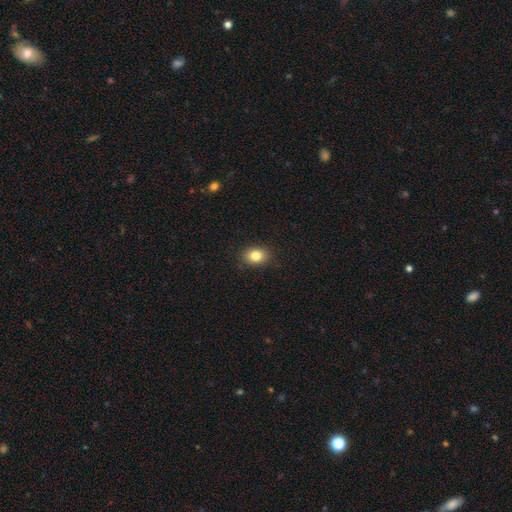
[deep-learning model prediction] Smooth or featured? Predicted: smooth (p=0.83). How rounded? Predicted: in between (p=0.60). Merging? Predicted: none (p=0.87).